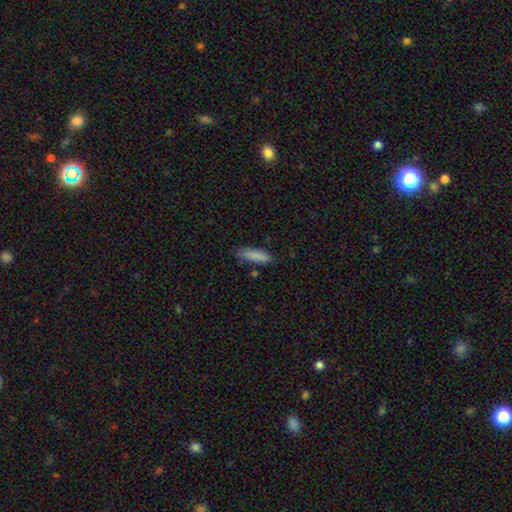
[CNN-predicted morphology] Overall: smooth (87%). How rounded: cigar-shaped (58%; in between 41%). Merging: none (80%).